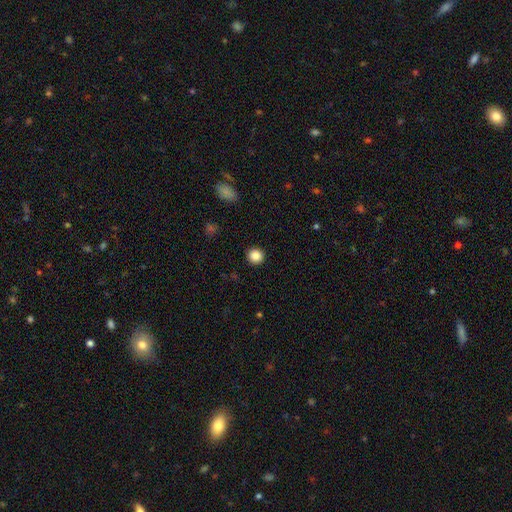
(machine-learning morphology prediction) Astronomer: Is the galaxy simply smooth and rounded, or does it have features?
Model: smooth — 86%.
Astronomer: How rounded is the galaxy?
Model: round — 92%.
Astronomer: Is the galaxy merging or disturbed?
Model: none — 93%.